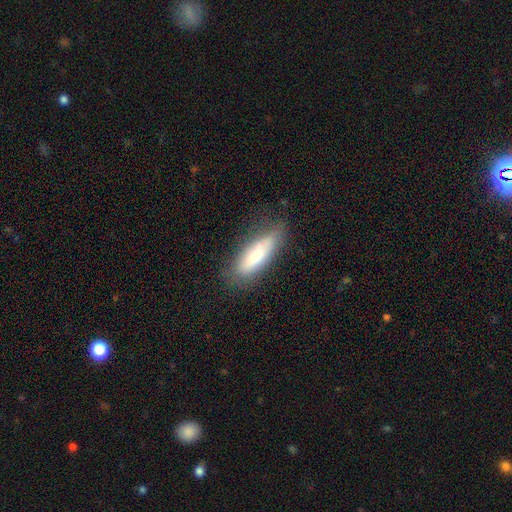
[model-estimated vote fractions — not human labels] Smooth or featured?
  - smooth: 64% *
  - featured or disk: 27%
  - star or artifact: 9%
How rounded?
  - cigar-shaped: 50% *
  - in between: 48%
  - round: 2%
Merging?
  - none: 75% *
  - minor disturbance: 19%
  - major disturbance: 5%
  - merger: 1%